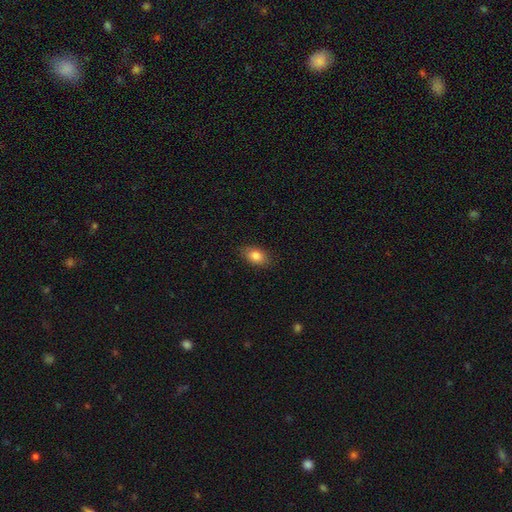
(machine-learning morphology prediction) Q: Smooth or featured?
A: smooth (84%); runner-up: star or artifact (8%)
Q: How rounded?
A: in between (87%); runner-up: round (10%)
Q: Merging?
A: none (86%); runner-up: minor disturbance (11%)